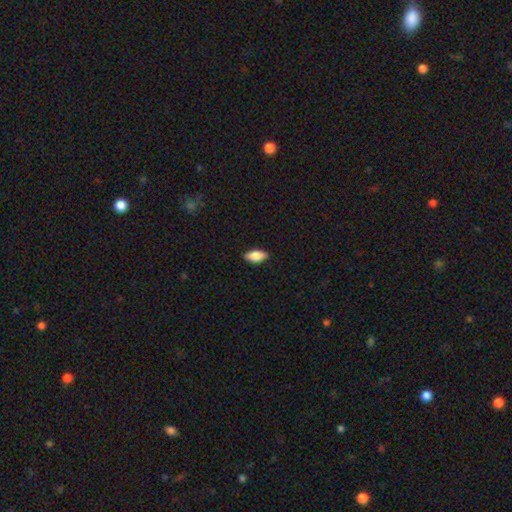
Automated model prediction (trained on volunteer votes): A smooth galaxy with no disk features (76%) that is in between round and cigar-shaped (85%).

Vote fractions:
- Smooth or featured? smooth: 76% / featured or disk: 17% / star or artifact: 7%
- How rounded? in between: 85% / cigar-shaped: 12% / round: 3%
- Merging? none: 88% / minor disturbance: 9% / major disturbance: 2% / merger: 1%